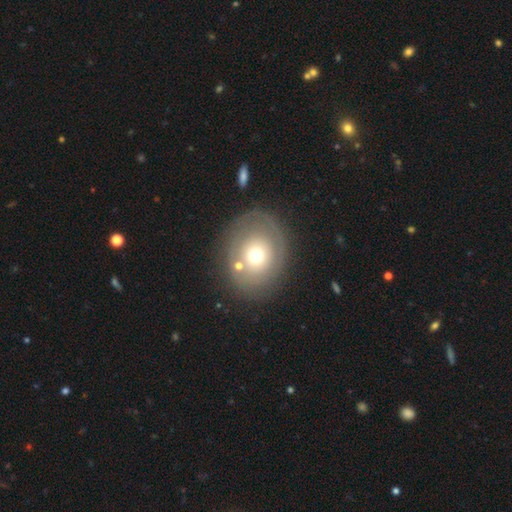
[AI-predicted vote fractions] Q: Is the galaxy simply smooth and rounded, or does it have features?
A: smooth — 52%.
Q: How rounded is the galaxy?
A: round — 56%.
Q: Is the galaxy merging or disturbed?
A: none — 71%.